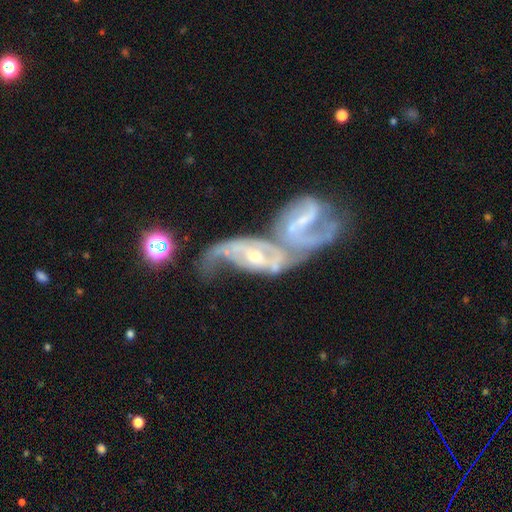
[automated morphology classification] Q: Smooth or featured?
A: featured or disk (83%); runner-up: smooth (11%)
Q: Edge-on disk?
A: no (94%); runner-up: yes (6%)
Q: Bar?
A: weak (39%); runner-up: no (34%)
Q: Spiral arms?
A: yes (86%); runner-up: no (14%)
Q: Spiral winding?
A: loose (47%); runner-up: medium (34%)
Q: Spiral arm count?
A: 2 (66%); runner-up: can't tell (16%)
Q: Bulge size?
A: moderate (47%); runner-up: small (45%)
Q: Merging?
A: merger (73%); runner-up: major disturbance (13%)